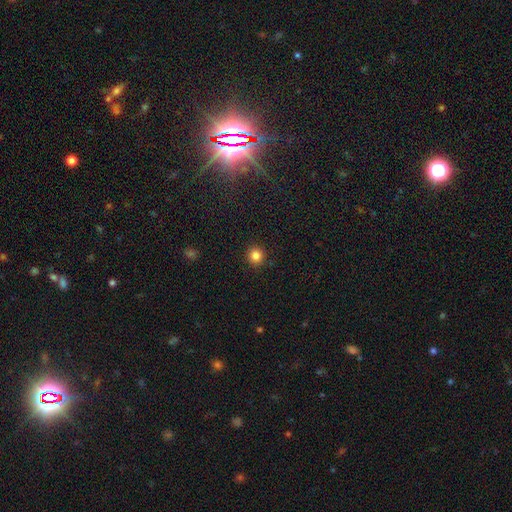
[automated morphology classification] A smooth galaxy with no disk features (85%) that is round (94%).

Vote fractions:
- Smooth or featured? smooth: 85% / star or artifact: 11% / featured or disk: 4%
- How rounded? round: 94% / in between: 5% / cigar-shaped: 1%
- Merging? none: 93% / minor disturbance: 5% / major disturbance: 2% / merger: 1%